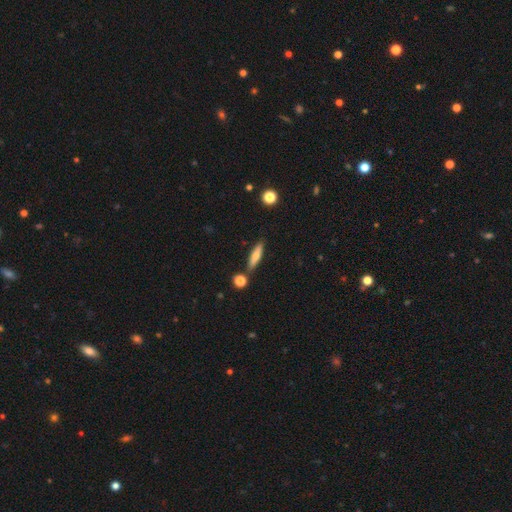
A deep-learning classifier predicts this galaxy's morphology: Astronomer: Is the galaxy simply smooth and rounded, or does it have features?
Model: smooth — 67%.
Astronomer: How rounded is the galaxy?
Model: cigar-shaped — 78%.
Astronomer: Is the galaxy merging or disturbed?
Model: none — 80%.